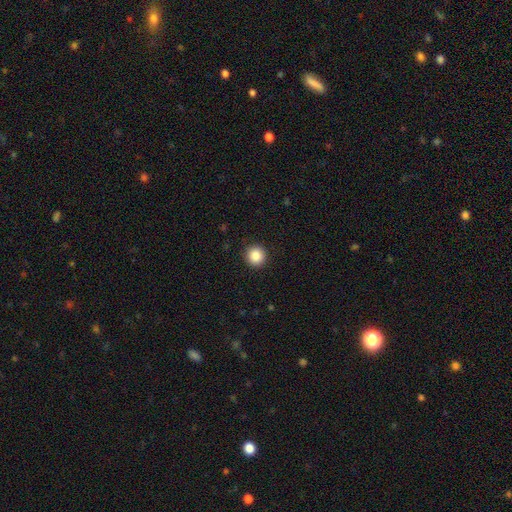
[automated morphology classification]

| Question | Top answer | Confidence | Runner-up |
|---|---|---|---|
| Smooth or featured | smooth | 87% | star or artifact (10%) |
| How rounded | round | 95% | in between (4%) |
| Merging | none | 93% | minor disturbance (5%) |